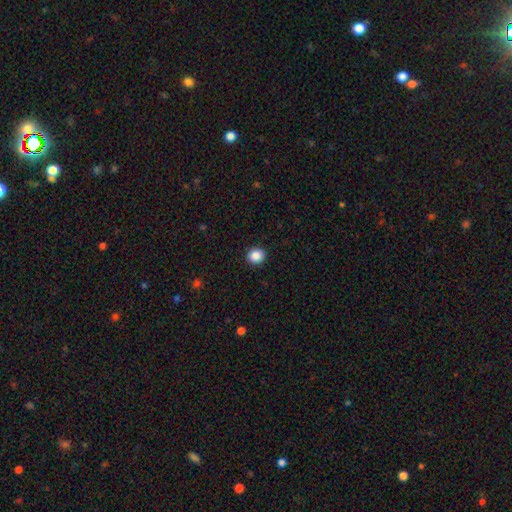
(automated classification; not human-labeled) A smooth galaxy with no disk features (88%) that is round (80%).

Vote fractions:
- Smooth or featured? smooth: 88% / star or artifact: 9% / featured or disk: 3%
- How rounded? round: 80% / in between: 20% / cigar-shaped: 1%
- Merging? none: 92% / minor disturbance: 5% / major disturbance: 2% / merger: 1%